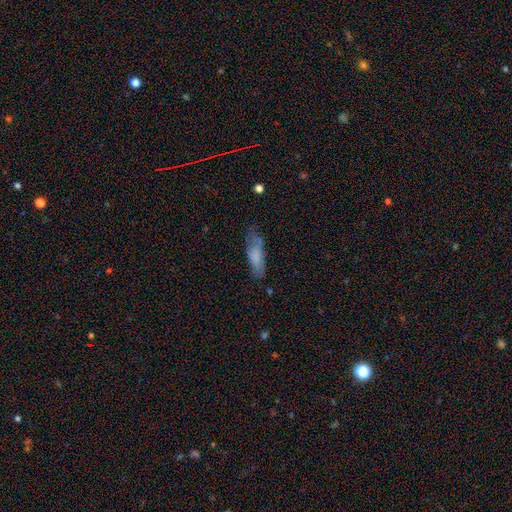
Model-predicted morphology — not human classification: Smooth or featured? smooth (72%)
How rounded? in between (56%)
Merging? none (57%)